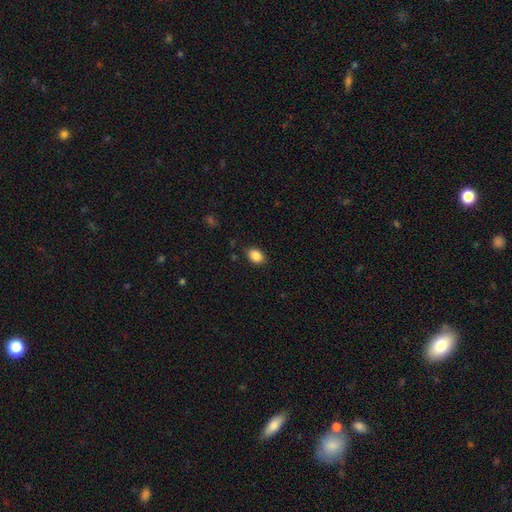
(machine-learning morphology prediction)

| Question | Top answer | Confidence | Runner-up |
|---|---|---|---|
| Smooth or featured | smooth | 88% | star or artifact (8%) |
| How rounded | in between | 79% | round (19%) |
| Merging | none | 85% | minor disturbance (11%) |